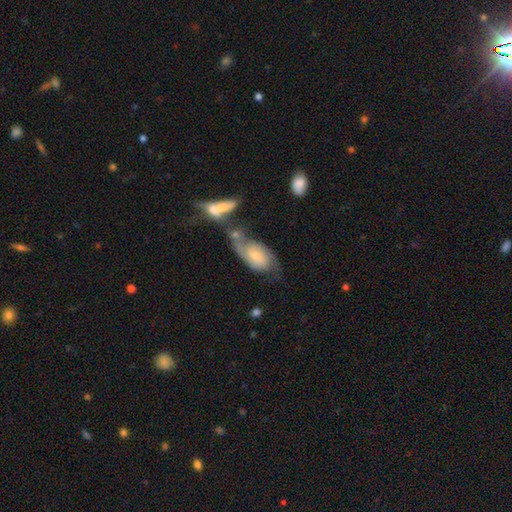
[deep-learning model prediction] Smooth or featured: featured or disk — 59% (smooth — 34%)
Edge-on disk: no — 95% (yes — 5%)
Bar: no — 63% (weak — 31%)
Spiral arms: yes — 82% (no — 18%)
Bulge size: small — 56% (moderate — 32%)
Merging: merger — 38% (none — 23%)